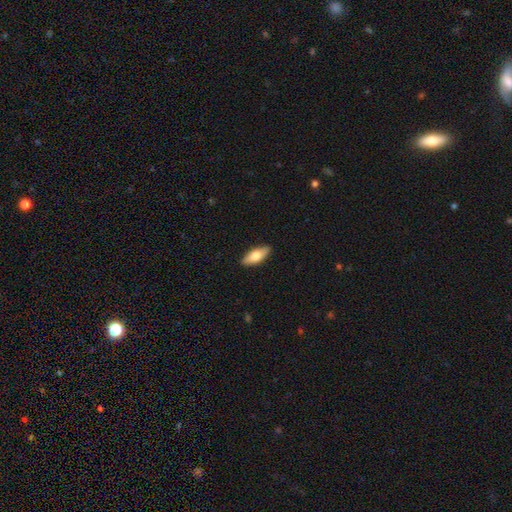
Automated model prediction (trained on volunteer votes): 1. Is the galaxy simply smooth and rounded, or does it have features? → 69% smooth, 26% featured or disk, 6% star or artifact.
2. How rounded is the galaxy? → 72% in between, 25% cigar-shaped, 3% round.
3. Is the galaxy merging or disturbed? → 89% none, 8% minor disturbance, 2% major disturbance, 1% merger.